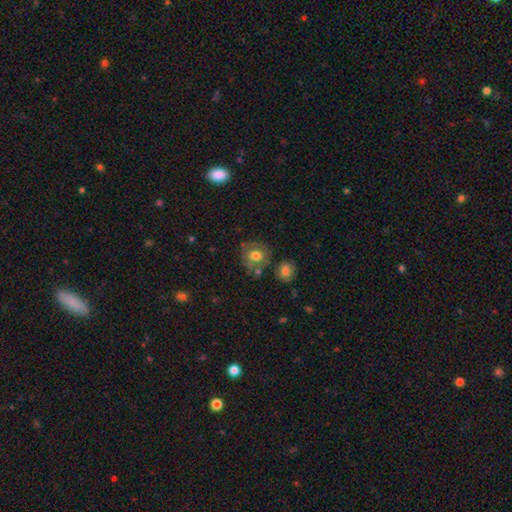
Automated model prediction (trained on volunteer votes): smooth_or_featured: smooth (p=0.65) [alt: featured or disk p=0.26]
how_rounded: round (p=0.81) [alt: in between p=0.18]
merging: none (p=0.66) [alt: minor disturbance p=0.16]